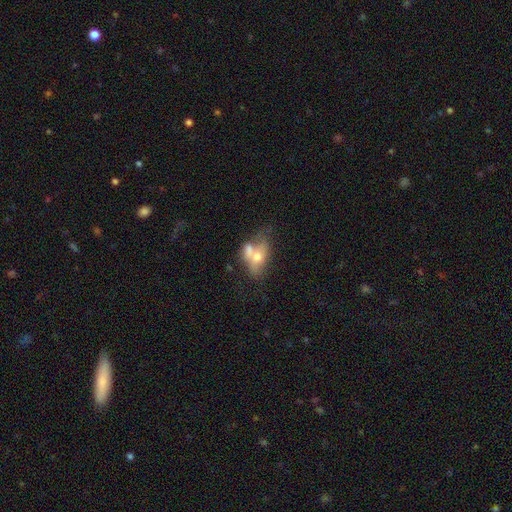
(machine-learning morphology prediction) smooth 58%, featured or disk 34%, star or artifact 8%. Down the decision tree: how rounded — in between (78%); merging — merger (57%).